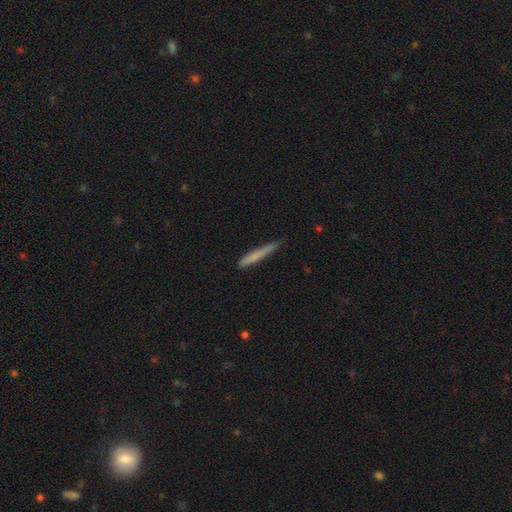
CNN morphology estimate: The model was most divided on "smooth or featured": smooth: 68%, featured or disk: 26%, star or artifact: 6%. More confident: how rounded — cigar-shaped (96%); merging — none (82%).